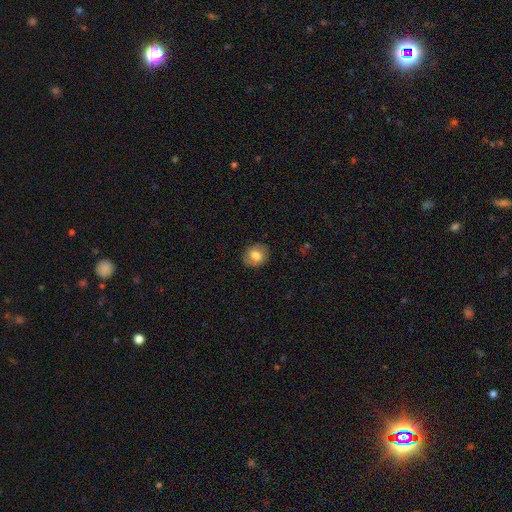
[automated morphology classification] Q: Smooth or featured?
A: smooth (77%); runner-up: featured or disk (14%)
Q: How rounded?
A: round (67%); runner-up: in between (32%)
Q: Merging?
A: none (86%); runner-up: minor disturbance (11%)